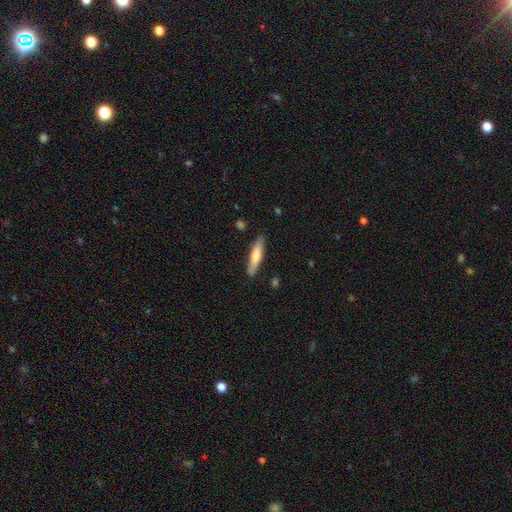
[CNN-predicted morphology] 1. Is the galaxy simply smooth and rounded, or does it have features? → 65% smooth, 29% featured or disk, 6% star or artifact.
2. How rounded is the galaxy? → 77% cigar-shaped, 22% in between, 2% round.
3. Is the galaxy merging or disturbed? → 87% none, 10% minor disturbance, 2% major disturbance, 1% merger.